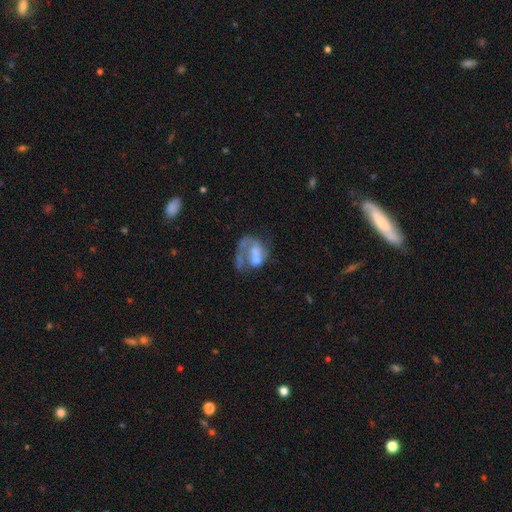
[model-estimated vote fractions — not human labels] The model was most divided on "bulge size": moderate: 34%, none: 28%, small: 27%, large: 9%, dominant: 2%. Remaining: edge-on disk — no (98%); bar — no (67%); smooth or featured — featured or disk (62%); spiral arms — yes (56%); merging — major disturbance (38%).